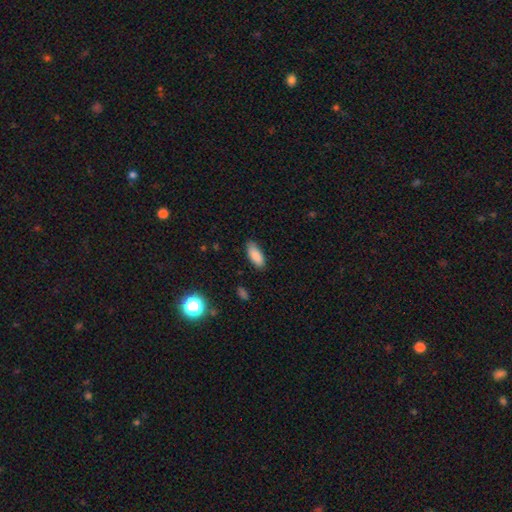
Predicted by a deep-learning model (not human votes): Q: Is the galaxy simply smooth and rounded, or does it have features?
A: smooth — 88%.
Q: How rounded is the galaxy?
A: in between — 82%.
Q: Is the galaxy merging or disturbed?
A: none — 82%.